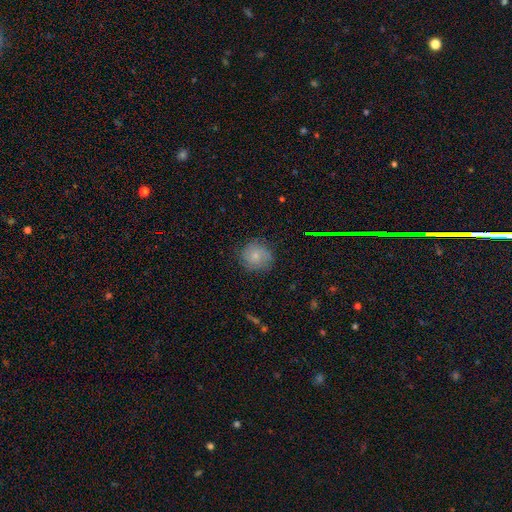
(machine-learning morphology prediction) Q: Smooth or featured?
A: smooth (63%); runner-up: featured or disk (27%)
Q: How rounded?
A: round (90%); runner-up: in between (9%)
Q: Merging?
A: none (76%); runner-up: minor disturbance (17%)